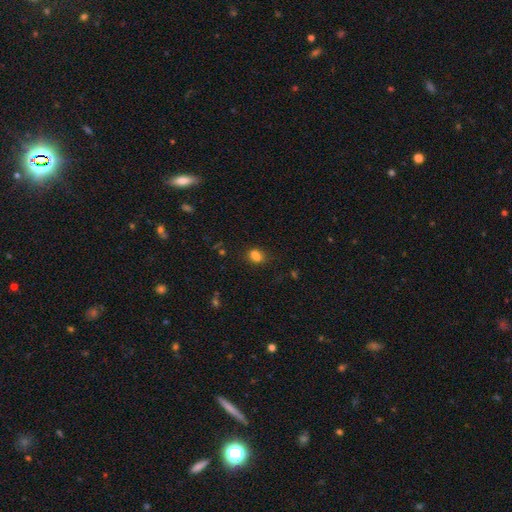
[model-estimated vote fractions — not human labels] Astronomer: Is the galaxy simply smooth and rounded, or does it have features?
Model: smooth — 76%.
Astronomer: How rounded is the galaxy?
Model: in between — 57% (runner-up: round, 41%).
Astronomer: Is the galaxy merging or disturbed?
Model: none — 50% (runner-up: merger, 27%).